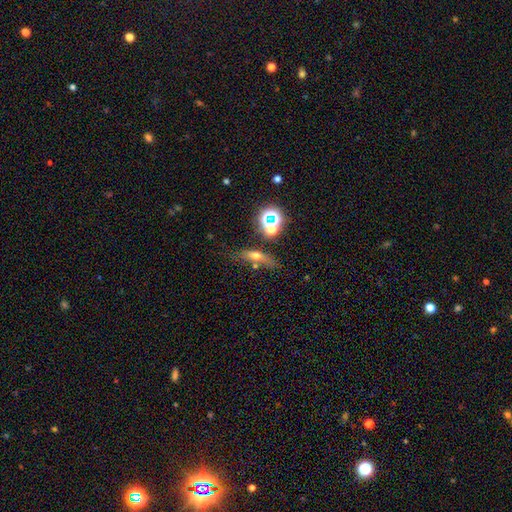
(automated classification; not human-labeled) smooth-or-featured: smooth: 56% | featured or disk: 25% | star or artifact: 20%
  how-rounded: cigar-shaped: 43% (tied) | in between: 43% (tied) | round: 14%
  merging: none: 61% | minor disturbance: 16% | merger: 15% | major disturbance: 7%